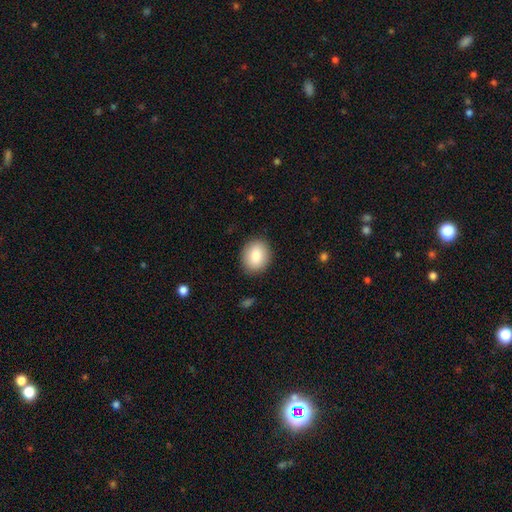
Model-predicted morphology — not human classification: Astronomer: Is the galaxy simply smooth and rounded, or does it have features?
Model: smooth — 85%.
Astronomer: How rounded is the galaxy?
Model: round — 58% (runner-up: in between, 41%).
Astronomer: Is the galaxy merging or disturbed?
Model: none — 89%.